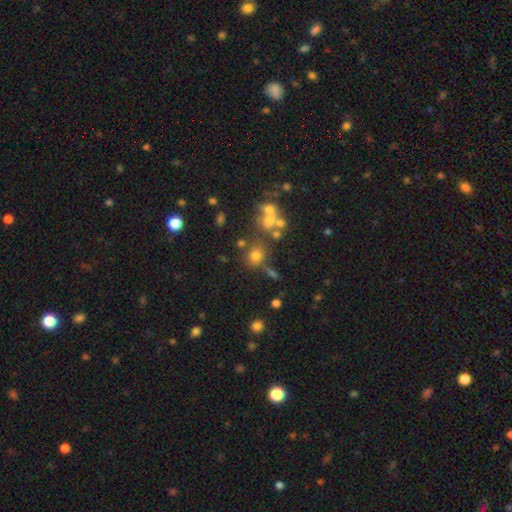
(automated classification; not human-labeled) The model was most divided on "merging": none: 61%, merger: 19%, minor disturbance: 12%, major disturbance: 7%. More confident: how rounded — round (72%); smooth or featured — smooth (68%).